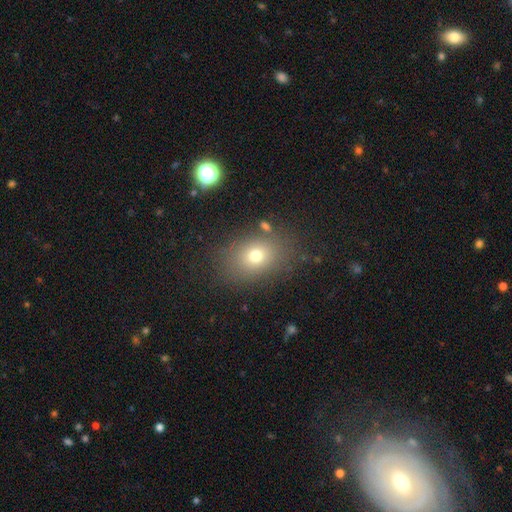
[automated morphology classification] Overall: smooth (72%). How rounded: in between (59%; round 40%). Merging: none (79%).